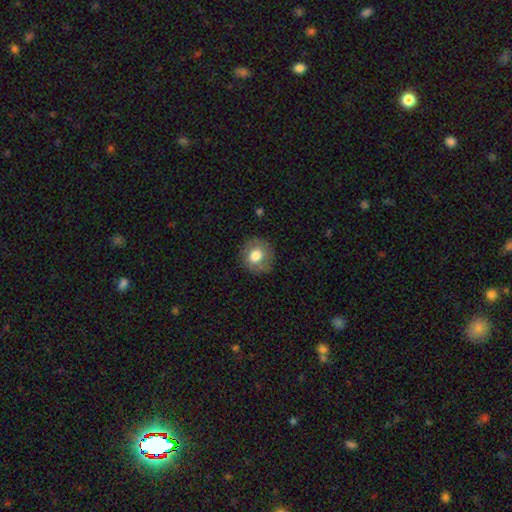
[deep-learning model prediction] The model was most divided on "smooth or featured": smooth: 76%, featured or disk: 15%, star or artifact: 9%. More confident: how rounded — round (87%); merging — none (82%).